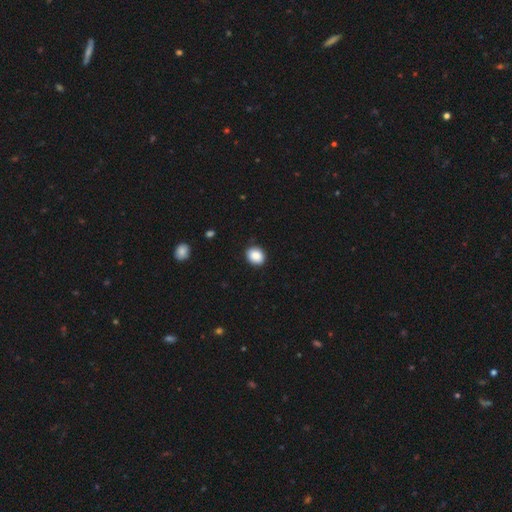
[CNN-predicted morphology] A smooth galaxy with no disk features (88%) that is round (53%).

Vote fractions:
- Smooth or featured? smooth: 88% / star or artifact: 8% / featured or disk: 4%
- How rounded? round: 53% / in between: 46% / cigar-shaped: 1%
- Merging? none: 87% / minor disturbance: 9% / major disturbance: 2% / merger: 1%